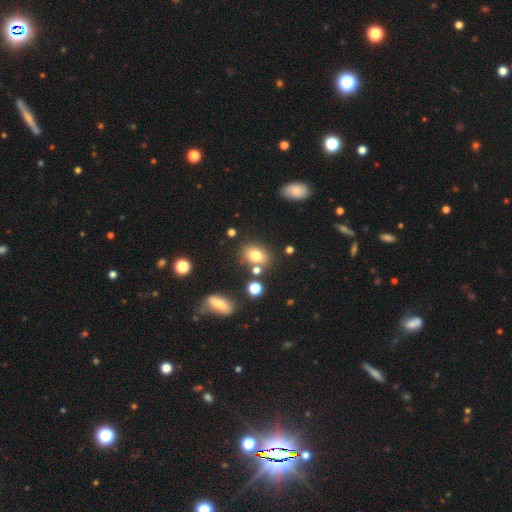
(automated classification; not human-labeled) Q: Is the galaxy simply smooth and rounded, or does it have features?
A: smooth — 76%.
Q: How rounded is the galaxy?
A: in between — 67%.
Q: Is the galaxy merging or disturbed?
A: none — 71%.